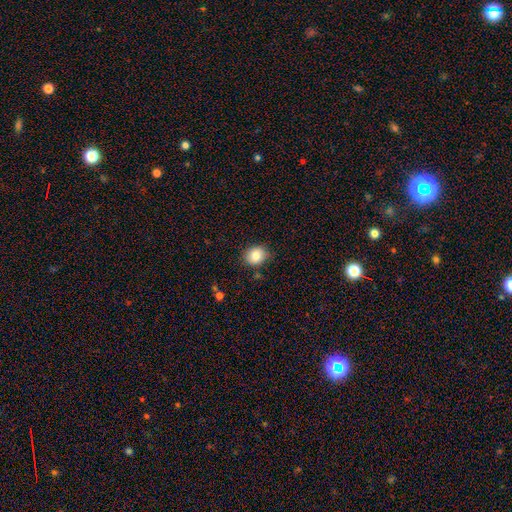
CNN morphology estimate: A smooth galaxy with no disk features (83%) that is round (66%).

Vote fractions:
- Smooth or featured? smooth: 83% / star or artifact: 9% / featured or disk: 8%
- How rounded? round: 66% / in between: 33% / cigar-shaped: 1%
- Merging? none: 82% / minor disturbance: 13% / major disturbance: 3% / merger: 2%